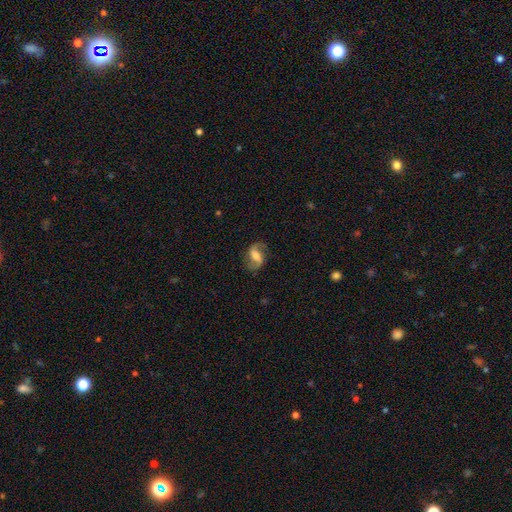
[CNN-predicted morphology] Overall: featured or disk (78%). Edge-on disk: no (97%). Bar: weak (47%; strong 30%). Spiral arms: yes (95%). Spiral arm count: 2 (92%). Spiral winding: loose (50%; medium 40%). Bulge size: moderate (39%; small 23%). Merging: none (78%).